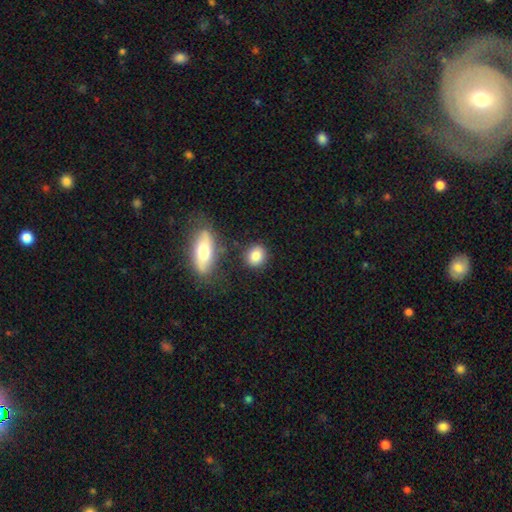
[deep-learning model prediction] Morphology: type=smooth (85%); roundness=round (66%); merging=none (81%).